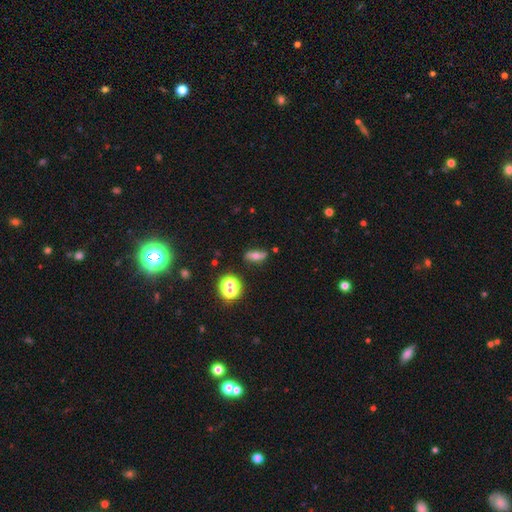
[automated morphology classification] The model was most divided on "smooth or featured": smooth: 47%, featured or disk: 37%, star or artifact: 16%. More confident: merging — none (75%).